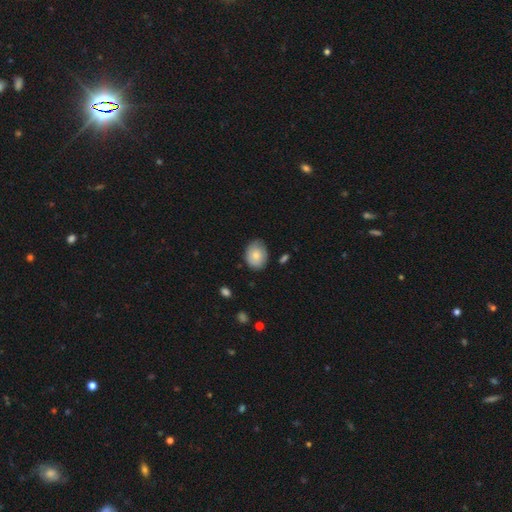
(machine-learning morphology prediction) smooth 74%, featured or disk 19%, star or artifact 7%. Down the decision tree: how rounded — in between (56%); merging — none (70%).